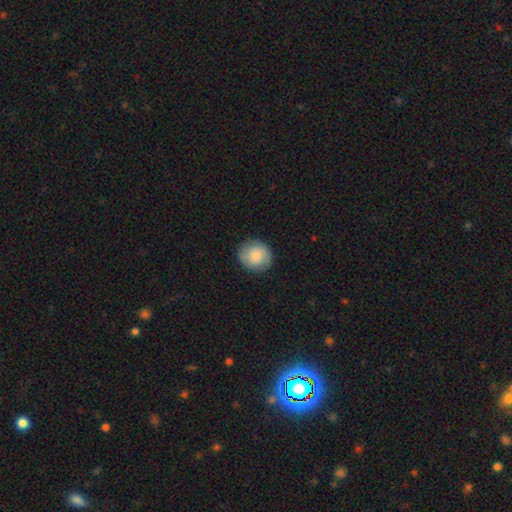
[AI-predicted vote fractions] Q: Smooth or featured?
A: smooth (77%); runner-up: featured or disk (16%)
Q: How rounded?
A: round (83%); runner-up: in between (16%)
Q: Merging?
A: none (85%); runner-up: minor disturbance (11%)